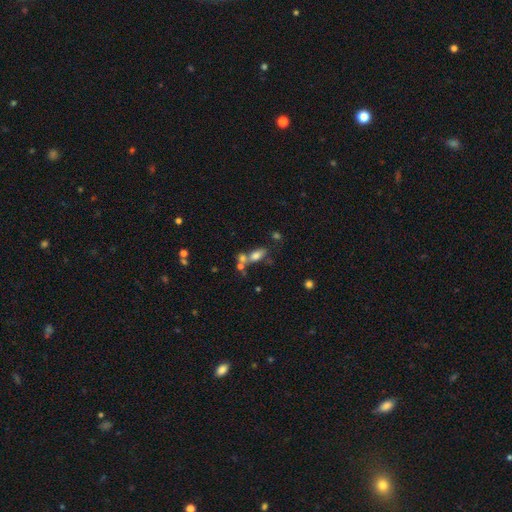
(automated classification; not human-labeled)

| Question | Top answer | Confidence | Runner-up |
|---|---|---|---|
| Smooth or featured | smooth | 68% | featured or disk (19%) |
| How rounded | in between | 79% | cigar-shaped (12%) |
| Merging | merger | 40% | tied: none (40%) |